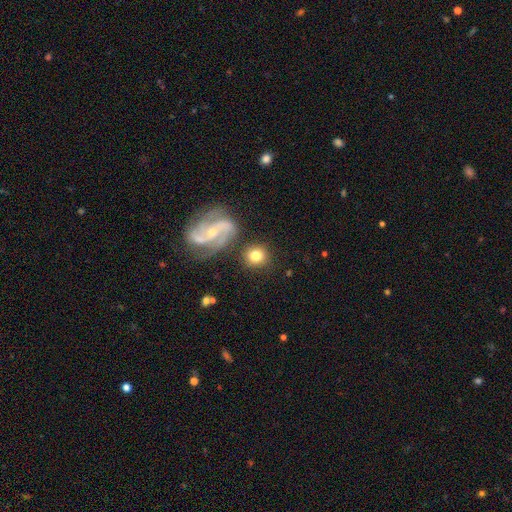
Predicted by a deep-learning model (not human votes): Smooth or featured? Predicted: smooth (p=0.69). How rounded? Predicted: round (p=0.88). Merging? Predicted: none (p=0.81).